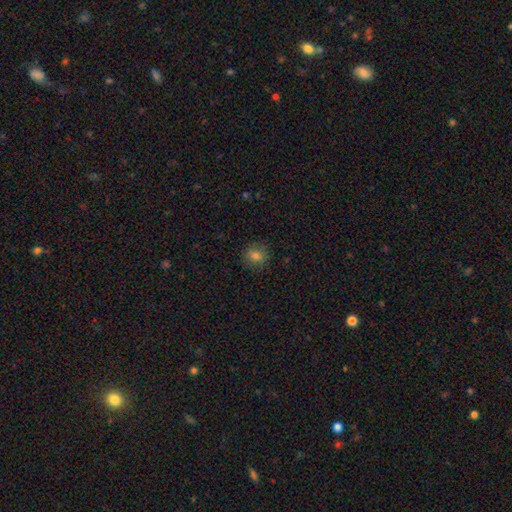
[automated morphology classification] smooth 76%, star or artifact 13%, featured or disk 11%. Down the decision tree: how rounded — round (85%); merging — none (88%).